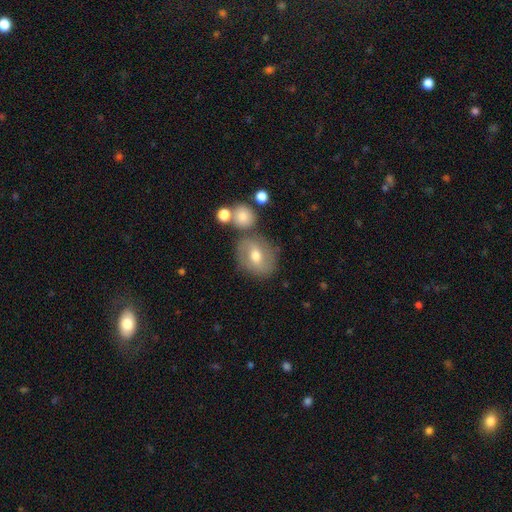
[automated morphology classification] Smooth or featured: smooth — 47% (featured or disk — 44%)
Merging: none — 70% (minor disturbance — 14%)